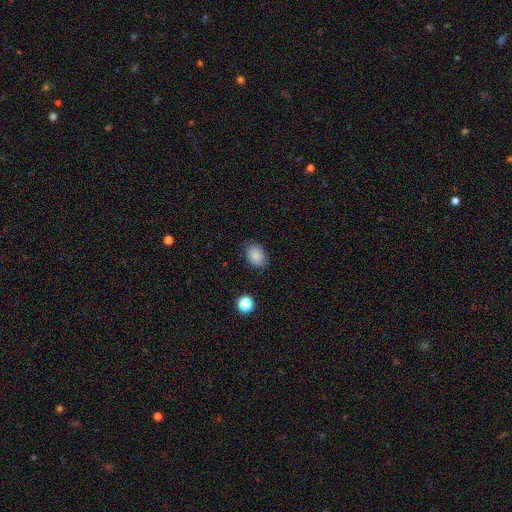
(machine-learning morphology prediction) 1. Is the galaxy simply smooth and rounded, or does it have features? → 85% smooth, 10% star or artifact, 5% featured or disk.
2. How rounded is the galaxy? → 73% in between, 26% round, 1% cigar-shaped.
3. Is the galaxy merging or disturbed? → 84% none, 11% minor disturbance, 3% major disturbance, 1% merger.